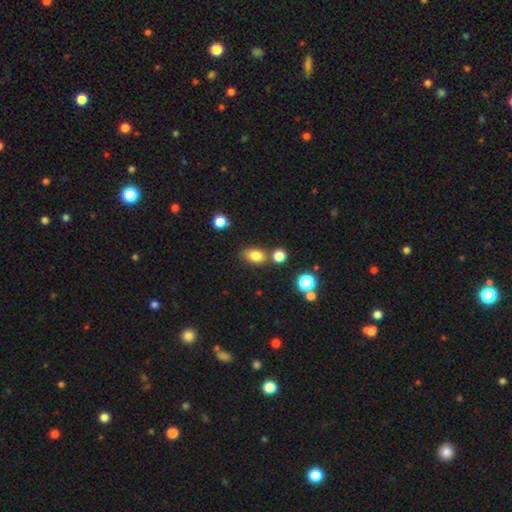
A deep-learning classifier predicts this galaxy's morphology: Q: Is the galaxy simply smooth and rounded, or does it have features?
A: smooth — 82%.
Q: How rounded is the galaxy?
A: in between — 79%.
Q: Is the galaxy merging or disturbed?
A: none — 68%.